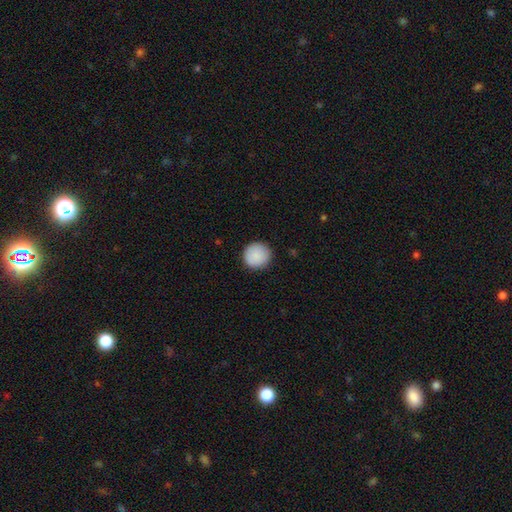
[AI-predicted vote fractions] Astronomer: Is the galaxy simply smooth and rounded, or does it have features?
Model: smooth — 89%.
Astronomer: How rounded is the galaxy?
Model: round — 95%.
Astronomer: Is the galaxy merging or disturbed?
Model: none — 89%.